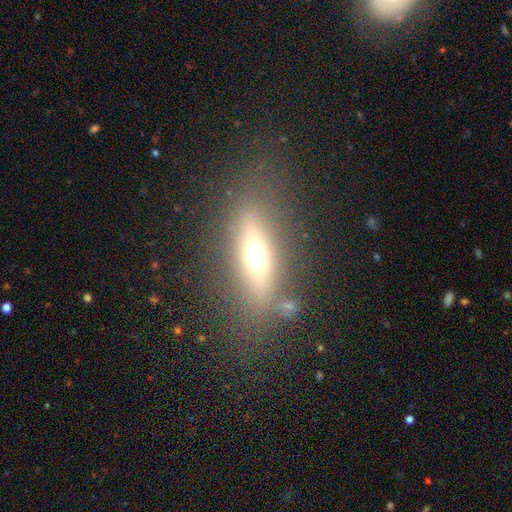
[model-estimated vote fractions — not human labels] smooth_or_featured: smooth (p=0.46) [alt: featured or disk p=0.41]
merging: none (p=0.75) [alt: minor disturbance p=0.13]